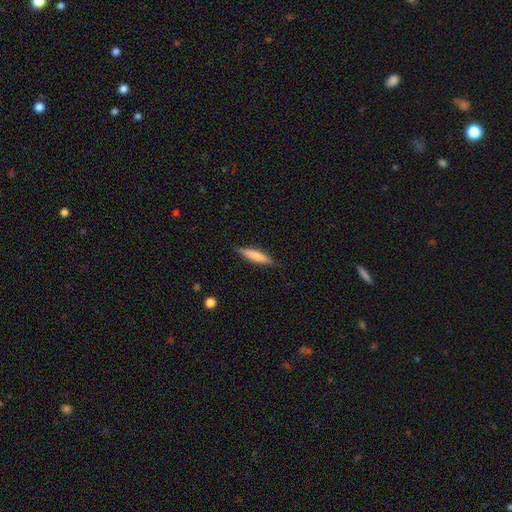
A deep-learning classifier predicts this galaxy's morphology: A smooth galaxy with no disk features (68%) that is cigar-shaped (88%). Merging: none (87%).